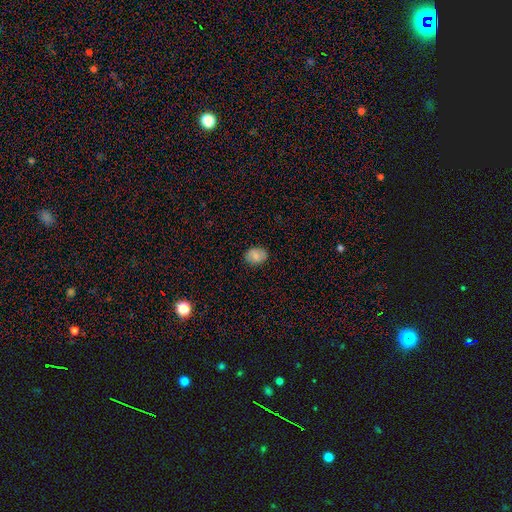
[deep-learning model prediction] The model was most divided on "how rounded": in between: 69%, round: 30%, cigar-shaped: 1%. More confident: merging — none (86%); smooth or featured — smooth (79%).